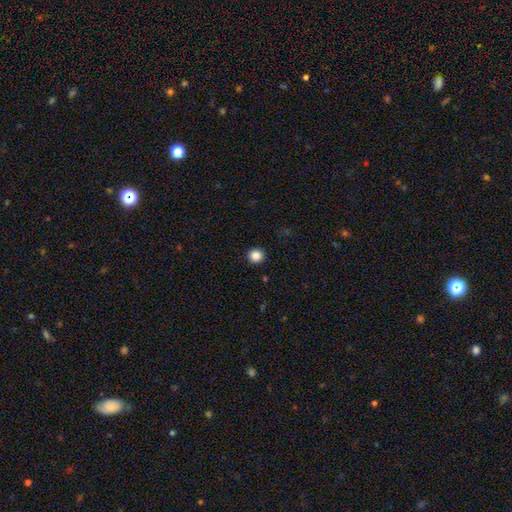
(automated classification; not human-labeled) Q: Smooth or featured?
A: smooth (86%); runner-up: star or artifact (11%)
Q: How rounded?
A: round (92%); runner-up: in between (7%)
Q: Merging?
A: none (93%); runner-up: minor disturbance (5%)